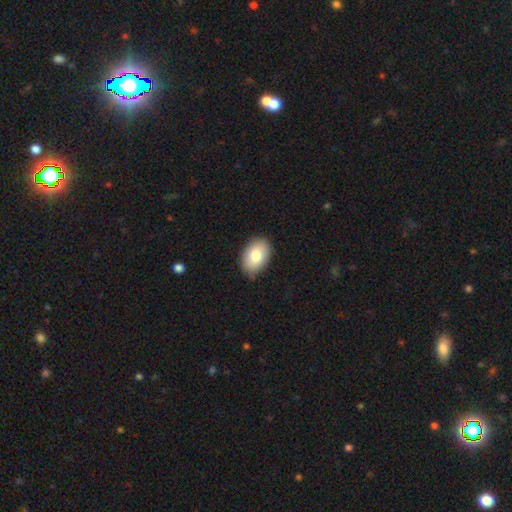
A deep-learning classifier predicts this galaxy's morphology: This is clearly a smooth galaxy (81%). How rounded: clearly in between (87%). Merging: clearly none (83%).